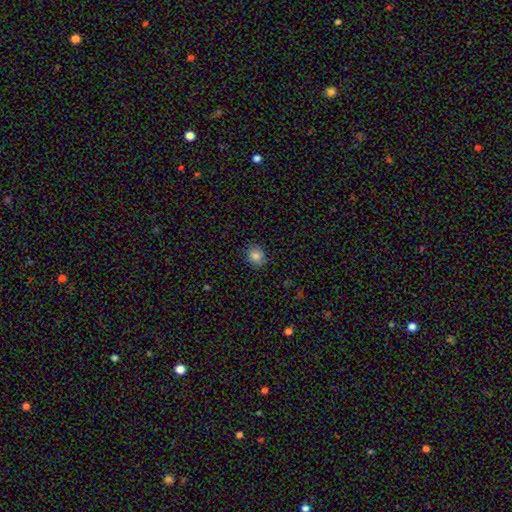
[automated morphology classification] Smooth or featured? smooth (85%)
How rounded? round (82%)
Merging? none (88%)